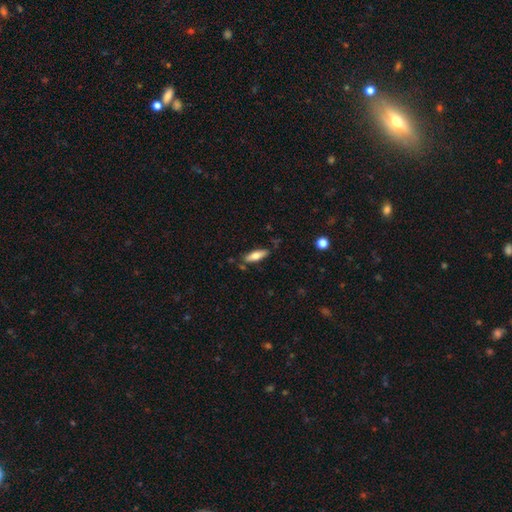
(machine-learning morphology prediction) Smooth or featured: smooth — 68% (featured or disk — 26%)
How rounded: in between — 52% (cigar-shaped — 46%)
Merging: none — 79% (minor disturbance — 14%)